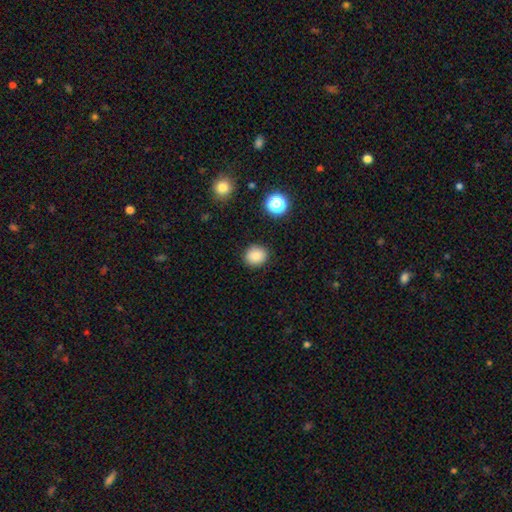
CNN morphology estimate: Smooth or featured: smooth — 85% (star or artifact — 11%)
How rounded: round — 78% (in between — 21%)
Merging: none — 88% (minor disturbance — 8%)